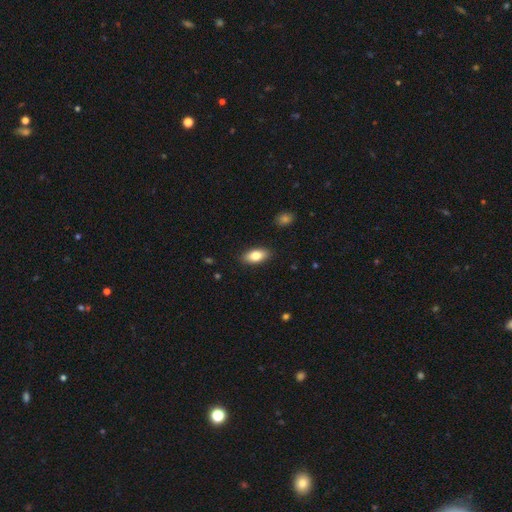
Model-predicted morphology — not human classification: This appears to be a smooth galaxy with no disk features (79%) that is in between round and cigar-shaped (88%). Merging: none (88%).